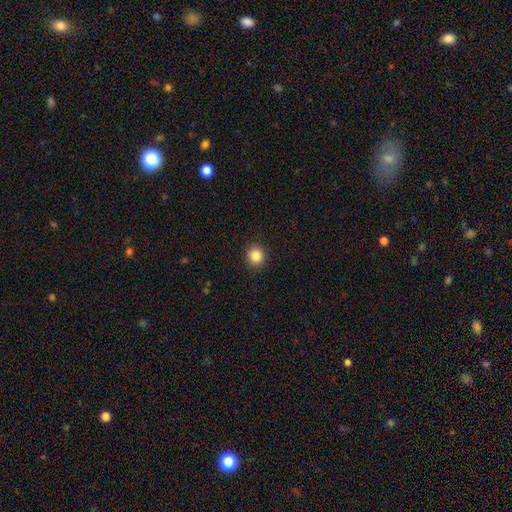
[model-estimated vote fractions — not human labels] Overall: smooth (85%). How rounded: round (89%). Merging: none (92%).